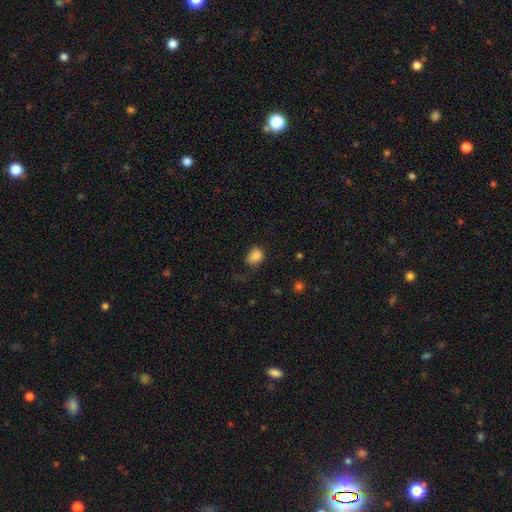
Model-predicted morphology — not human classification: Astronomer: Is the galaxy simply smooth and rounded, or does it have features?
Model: smooth — 84%.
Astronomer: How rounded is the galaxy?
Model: in between — 51% (runner-up: round, 49%).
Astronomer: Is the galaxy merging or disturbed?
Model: none — 53% (runner-up: minor disturbance, 31%).